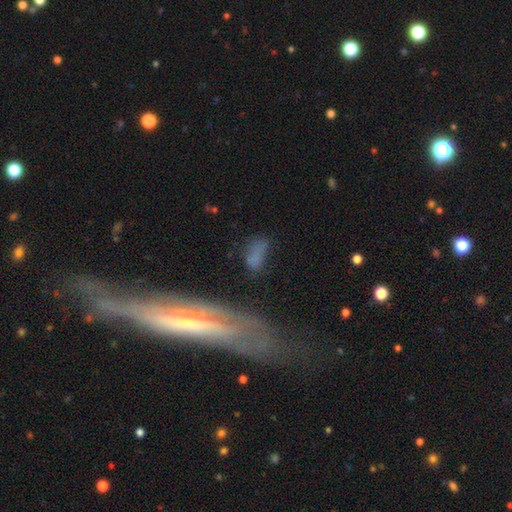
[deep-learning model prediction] smooth-or-featured: smooth: 61% | featured or disk: 26% | star or artifact: 14%
  how-rounded: in between: 73% | cigar-shaped: 20% | round: 7%
  merging: none: 52% | minor disturbance: 24% | major disturbance: 17% | merger: 8%